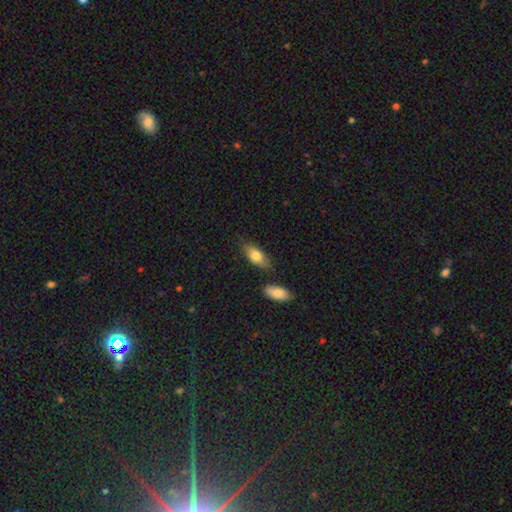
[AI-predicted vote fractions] This appears to be a smooth galaxy with no disk features (75%) that is in between round and cigar-shaped (81%). Merging: none (72%).